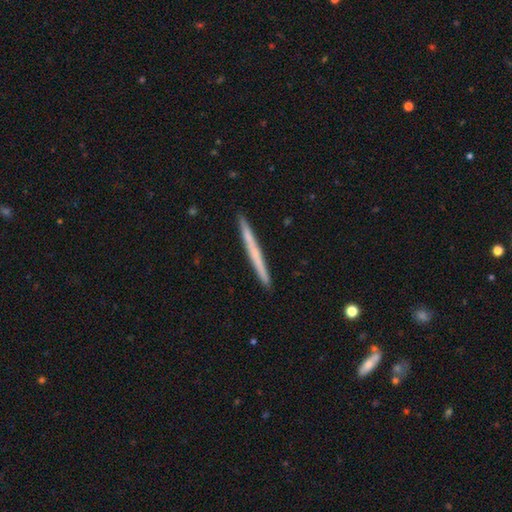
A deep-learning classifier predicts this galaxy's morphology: Q: Smooth or featured?
A: smooth (52%); runner-up: featured or disk (42%)
Q: How rounded?
A: cigar-shaped (97%); runner-up: in between (1%)
Q: Merging?
A: none (93%); runner-up: minor disturbance (5%)